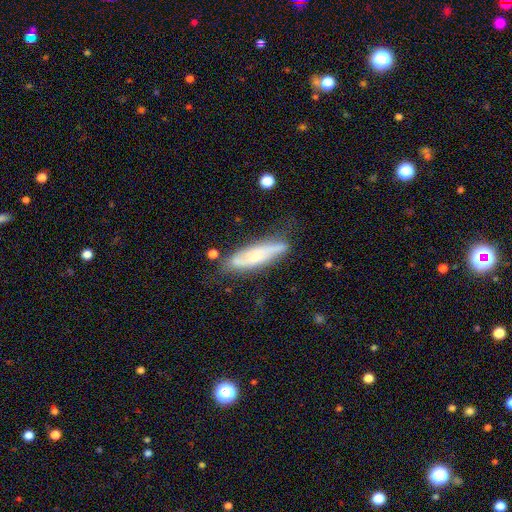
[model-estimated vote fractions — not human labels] A featured or disk galaxy (50%).

Vote fractions:
- Smooth or featured? featured or disk: 50% / smooth: 44% / star or artifact: 7%
- Merging? none: 63% / minor disturbance: 25% / major disturbance: 7% / merger: 5%